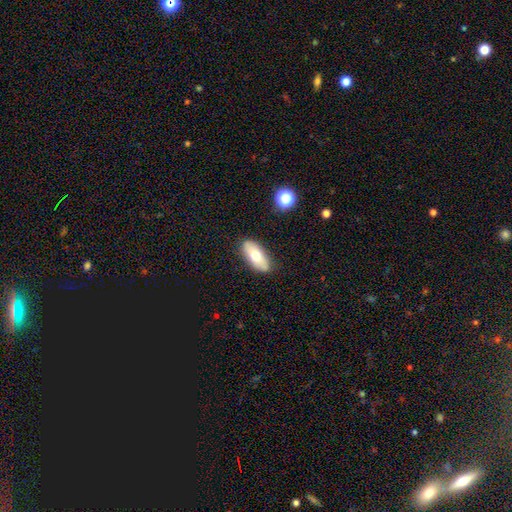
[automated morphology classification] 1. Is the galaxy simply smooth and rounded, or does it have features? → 68% smooth, 25% featured or disk, 7% star or artifact.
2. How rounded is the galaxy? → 85% in between, 12% cigar-shaped, 3% round.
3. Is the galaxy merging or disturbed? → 85% none, 11% minor disturbance, 2% major disturbance, 1% merger.